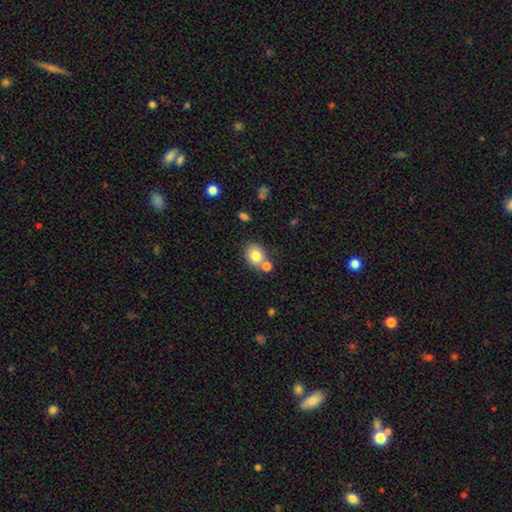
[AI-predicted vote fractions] This is likely a smooth galaxy (80%). How rounded: likely round (68%). Merging: possibly none (55%).